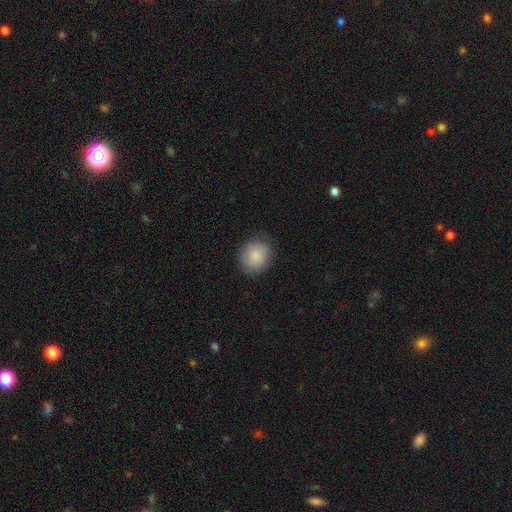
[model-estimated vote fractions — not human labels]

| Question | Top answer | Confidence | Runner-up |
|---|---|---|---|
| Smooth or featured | smooth | 86% | star or artifact (7%) |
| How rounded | round | 80% | in between (19%) |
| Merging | none | 83% | minor disturbance (12%) |